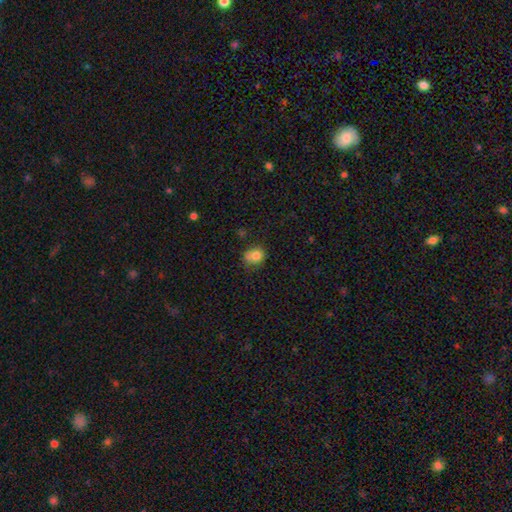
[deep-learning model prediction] This is likely a smooth galaxy (79%). How rounded: likely round (66%). Merging: possibly none (52%).